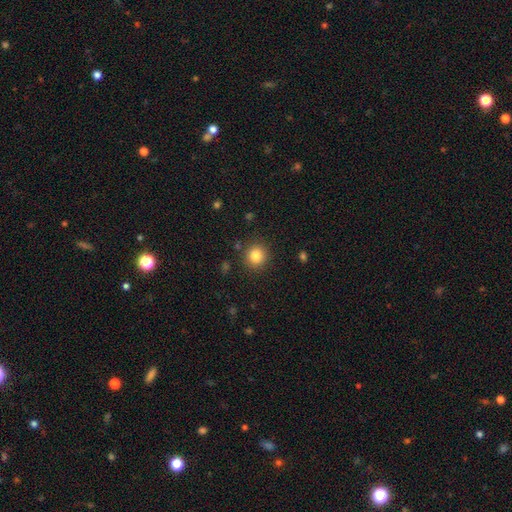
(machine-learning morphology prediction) The model was most divided on "smooth or featured": smooth: 83%, star or artifact: 11%, featured or disk: 6%. More confident: how rounded — round (91%); merging — none (88%).